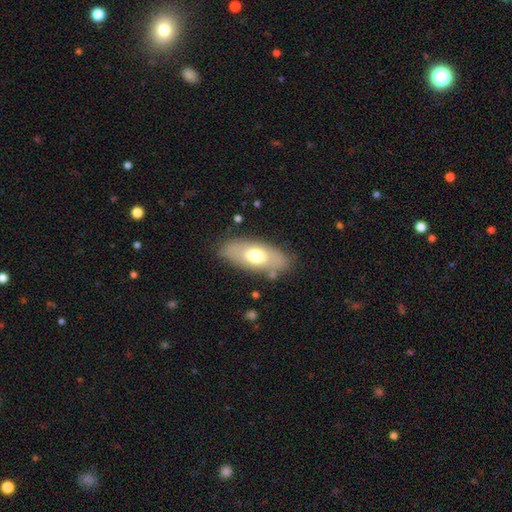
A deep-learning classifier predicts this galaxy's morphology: Smooth or featured?
  - smooth: 62% *
  - featured or disk: 32%
  - star or artifact: 6%
How rounded?
  - in between: 86% *
  - cigar-shaped: 11%
  - round: 3%
Merging?
  - none: 80% *
  - minor disturbance: 13%
  - major disturbance: 4%
  - merger: 2%